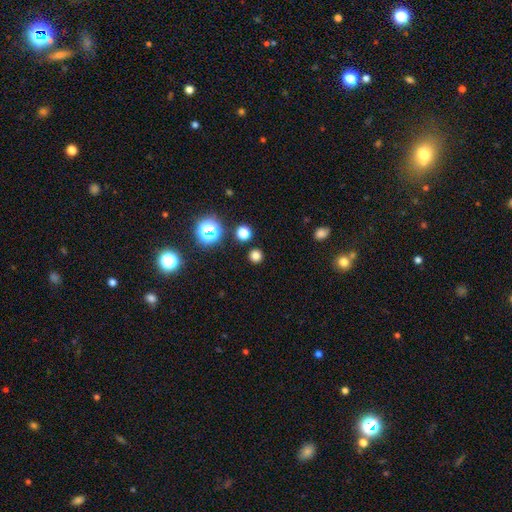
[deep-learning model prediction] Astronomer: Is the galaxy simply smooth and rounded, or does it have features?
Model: smooth — 74%.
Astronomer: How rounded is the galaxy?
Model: round — 93%.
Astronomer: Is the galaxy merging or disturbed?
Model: none — 90%.